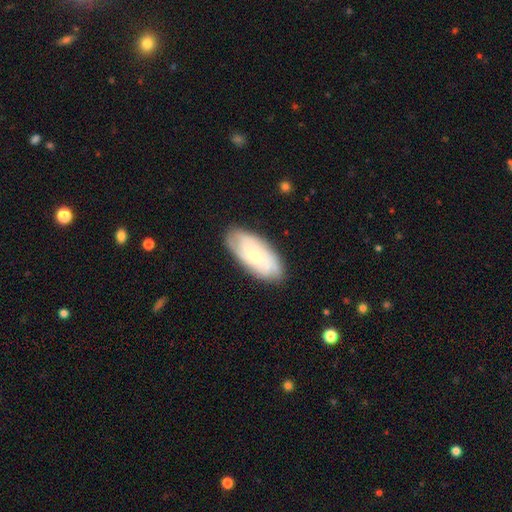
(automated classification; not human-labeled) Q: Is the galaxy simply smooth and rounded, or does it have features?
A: featured or disk — 58%.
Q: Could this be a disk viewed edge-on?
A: no — 91%.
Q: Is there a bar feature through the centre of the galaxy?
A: no — 72%.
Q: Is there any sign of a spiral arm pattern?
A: yes — 83%.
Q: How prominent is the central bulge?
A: small — 63%.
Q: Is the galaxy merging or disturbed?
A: none — 82%.